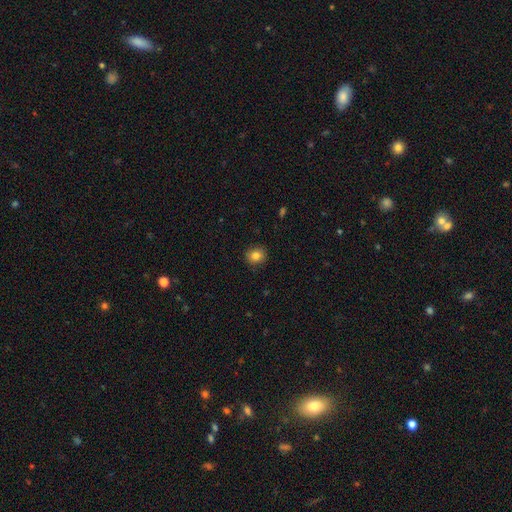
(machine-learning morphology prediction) Overall: smooth (83%). How rounded: round (82%). Merging: none (89%).